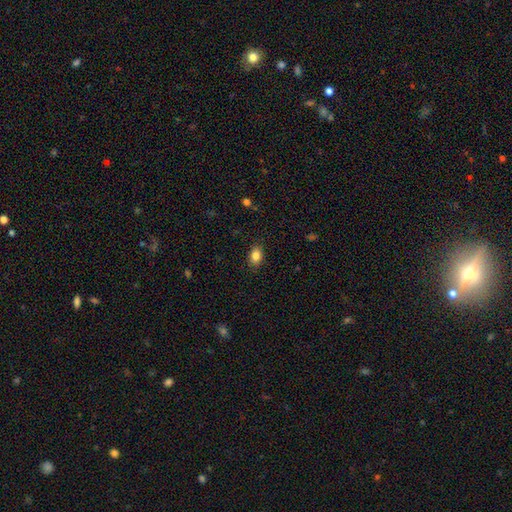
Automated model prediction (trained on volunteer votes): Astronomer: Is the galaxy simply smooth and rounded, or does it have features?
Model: smooth — 86%.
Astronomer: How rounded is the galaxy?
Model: in between — 84%.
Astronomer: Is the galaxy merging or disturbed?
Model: none — 87%.